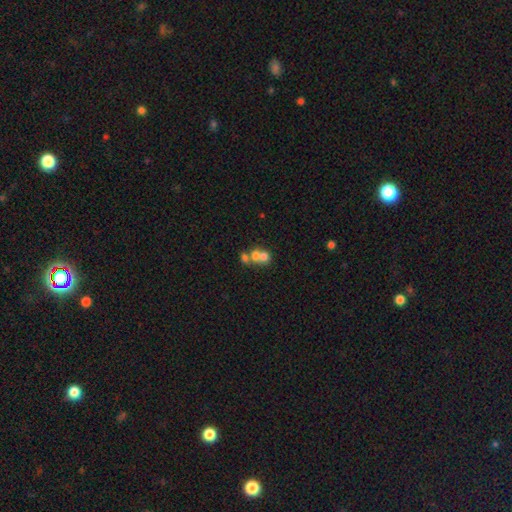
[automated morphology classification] Overall: smooth (63%; featured or disk 24%). How rounded: round (70%). Merging: merger (64%; none 26%).